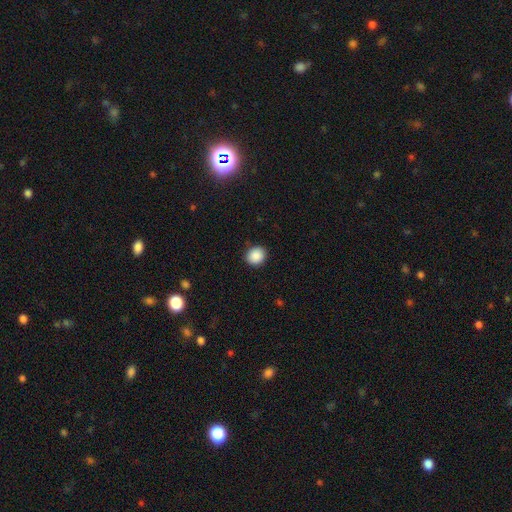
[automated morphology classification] A smooth galaxy with no disk features (89%) that is round (81%). Merging: none (91%).